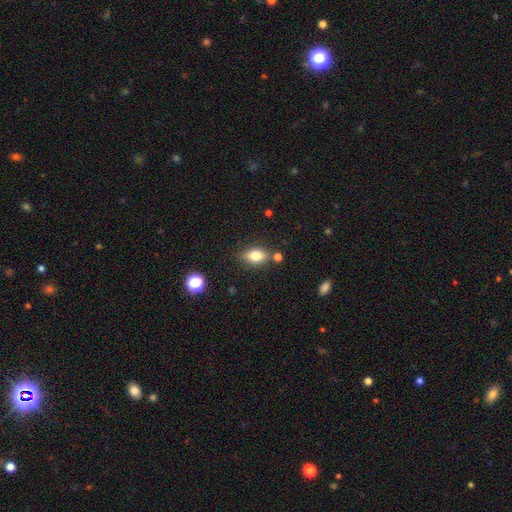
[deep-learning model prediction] A smooth galaxy with no disk features (77%) that is in between round and cigar-shaped (80%).

Vote fractions:
- Smooth or featured? smooth: 77% / featured or disk: 13% / star or artifact: 10%
- How rounded? in between: 80% / round: 15% / cigar-shaped: 5%
- Merging? none: 74% / minor disturbance: 14% / merger: 8% / major disturbance: 4%